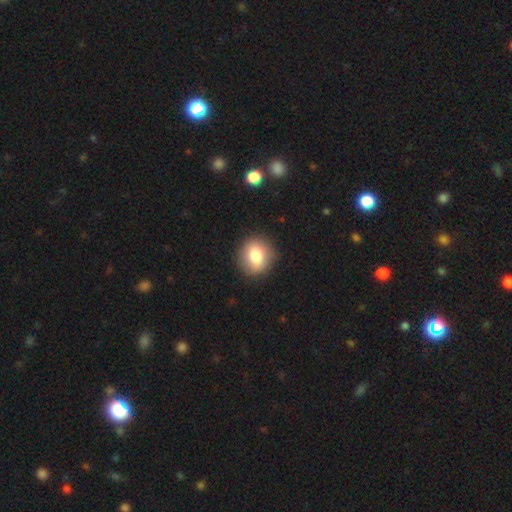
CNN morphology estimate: Smooth or featured: smooth — 80% (featured or disk — 11%)
How rounded: round — 85% (in between — 14%)
Merging: none — 89% (minor disturbance — 8%)